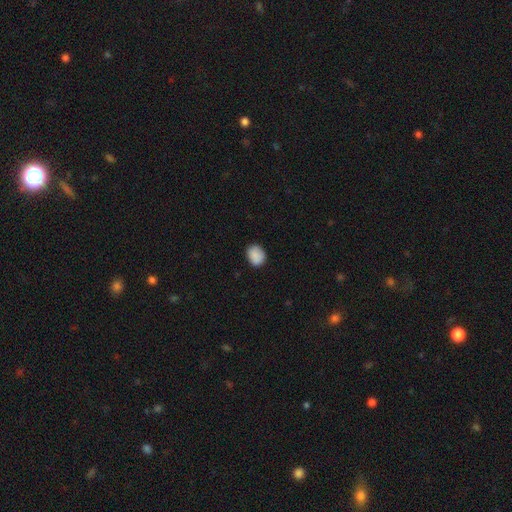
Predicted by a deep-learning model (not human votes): Smooth or featured: smooth — 89% (star or artifact — 8%)
How rounded: round — 54% (in between — 46%)
Merging: none — 84% (minor disturbance — 12%)